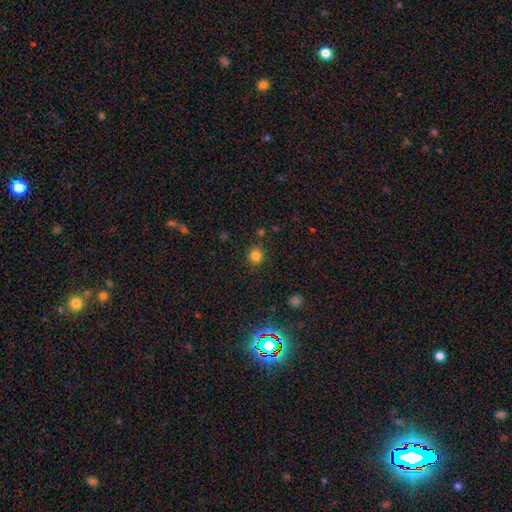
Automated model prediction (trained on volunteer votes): Smooth or featured: smooth — 82% (star or artifact — 13%)
How rounded: round — 89% (in between — 10%)
Merging: none — 87% (minor disturbance — 8%)